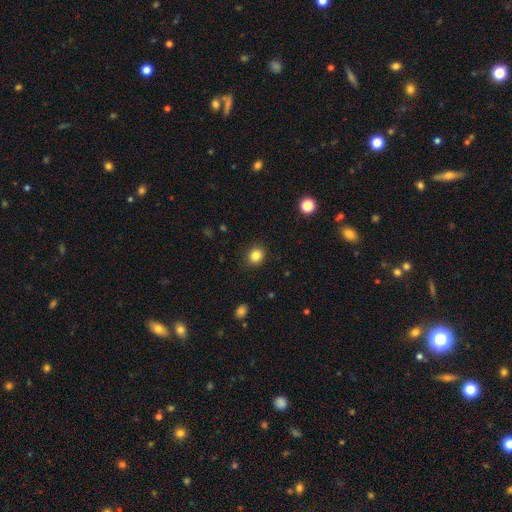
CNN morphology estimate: smooth-or-featured: smooth: 84% | star or artifact: 11% | featured or disk: 5%
  how-rounded: round: 73% | in between: 26% | cigar-shaped: 1%
  merging: none: 89% | minor disturbance: 8% | major disturbance: 2% | merger: 1%